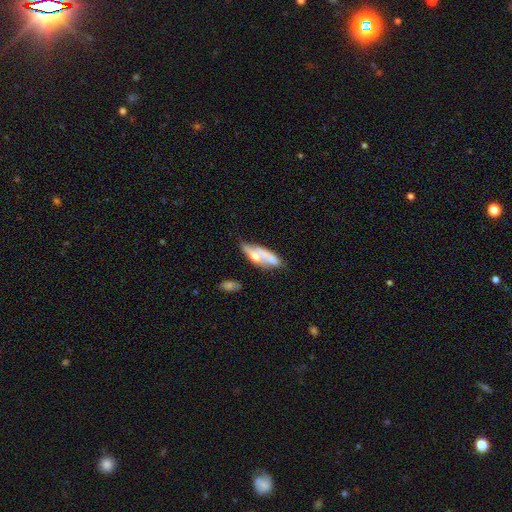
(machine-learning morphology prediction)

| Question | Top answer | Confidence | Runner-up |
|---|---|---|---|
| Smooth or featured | smooth | 51% | featured or disk (42%) |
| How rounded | in between | 64% | cigar-shaped (32%) |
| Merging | merger | 35% | none (30%) |